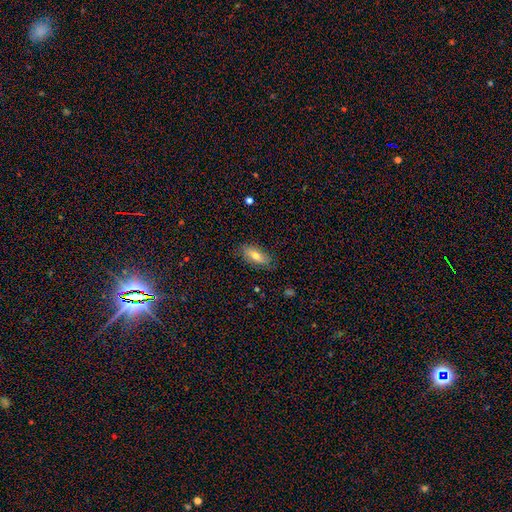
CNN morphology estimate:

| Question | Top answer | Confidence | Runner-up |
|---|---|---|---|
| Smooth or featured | smooth | 70% | featured or disk (23%) |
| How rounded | in between | 81% | cigar-shaped (16%) |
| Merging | none | 81% | minor disturbance (14%) |